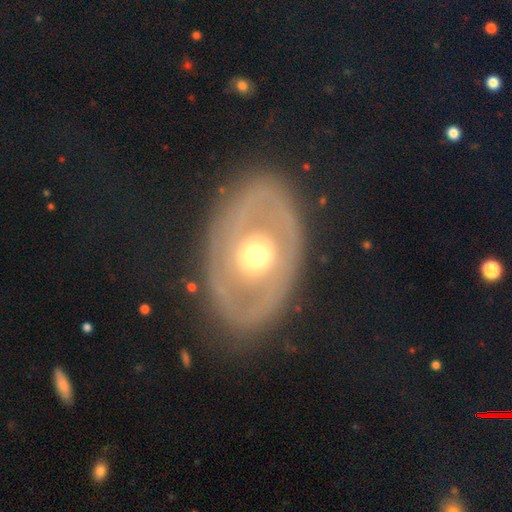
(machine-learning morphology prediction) Overall: featured or disk (69%). Edge-on disk: no (93%). Bar: no (74%). Spiral arms: no (71%). Bulge size: moderate (69%). Merging: none (81%).